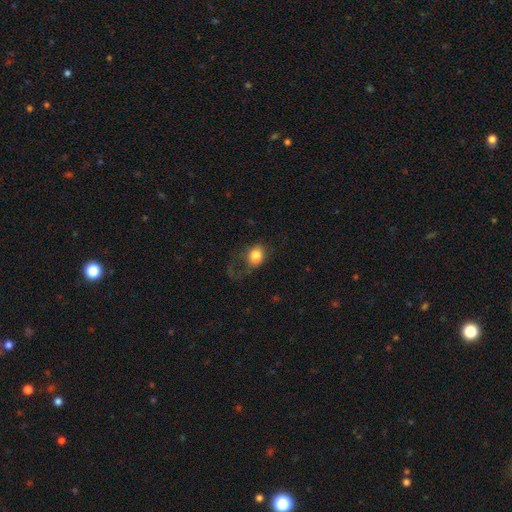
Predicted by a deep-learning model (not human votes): smooth 79%, featured or disk 13%, star or artifact 9%. Down the decision tree: how rounded — in between (53%); merging — major disturbance (41%).